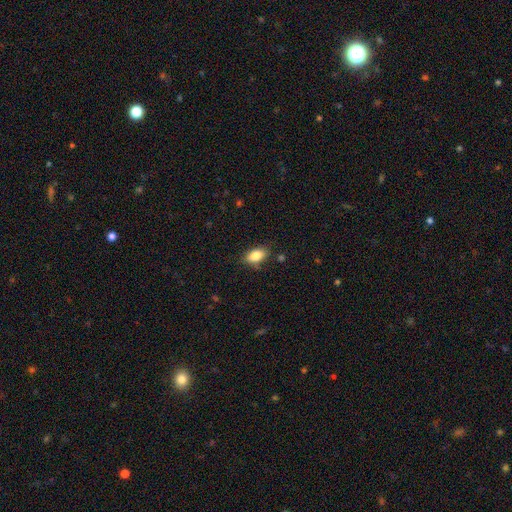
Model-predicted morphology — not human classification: smooth_or_featured: smooth (p=0.84) [alt: star or artifact p=0.08]
how_rounded: in between (p=0.89) [alt: round p=0.06]
merging: none (p=0.81) [alt: minor disturbance p=0.14]